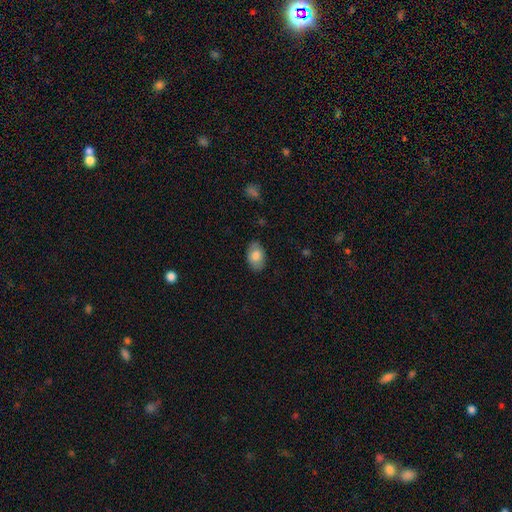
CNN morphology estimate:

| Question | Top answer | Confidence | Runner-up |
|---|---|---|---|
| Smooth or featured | smooth | 78% | featured or disk (15%) |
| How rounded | in between | 88% | round (11%) |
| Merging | none | 83% | minor disturbance (13%) |